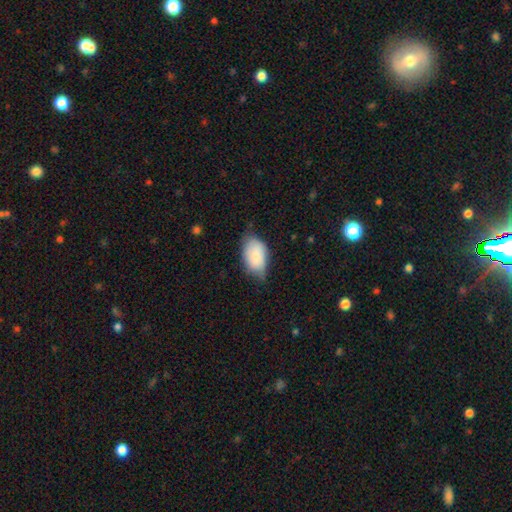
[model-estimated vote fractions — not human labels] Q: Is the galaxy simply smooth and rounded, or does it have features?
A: smooth — 79%.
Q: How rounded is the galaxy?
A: in between — 90%.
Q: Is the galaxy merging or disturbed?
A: none — 52%.